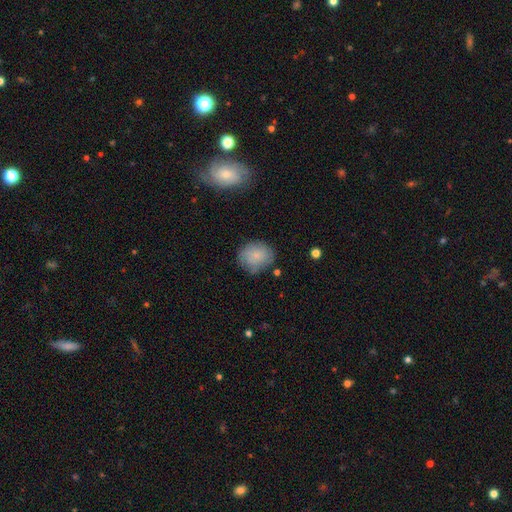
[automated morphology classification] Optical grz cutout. It shows a smooth galaxy with no disk features (76%) that is round (71%). Merging: none (70%).